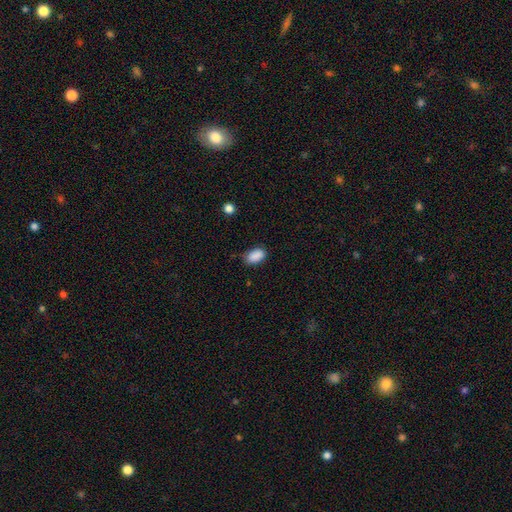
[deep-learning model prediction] The model was most divided on "merging": none: 75%, minor disturbance: 20%, major disturbance: 4%, merger: 2%. More confident: how rounded — in between (90%); smooth or featured — smooth (89%).